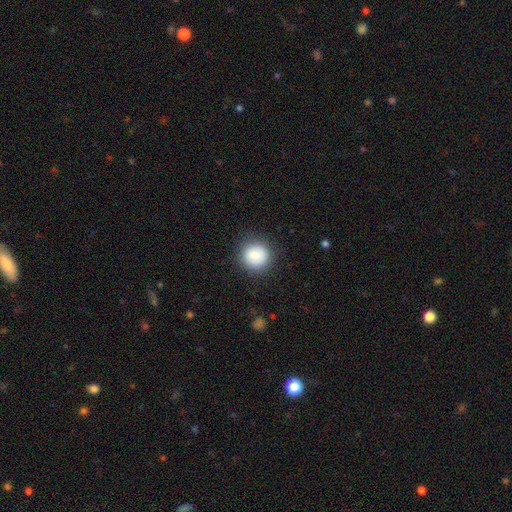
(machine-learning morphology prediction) The model was most divided on "smooth or featured": smooth: 87%, star or artifact: 8%, featured or disk: 5%. More confident: how rounded — round (93%); merging — none (88%).